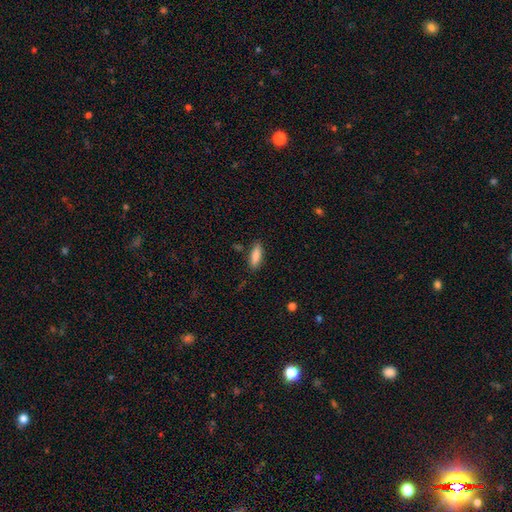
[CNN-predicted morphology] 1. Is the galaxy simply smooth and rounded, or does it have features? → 85% smooth, 8% featured or disk, 7% star or artifact.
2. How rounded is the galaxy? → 60% in between, 38% cigar-shaped, 2% round.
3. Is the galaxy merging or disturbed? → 85% none, 10% minor disturbance, 2% major disturbance, 2% merger.